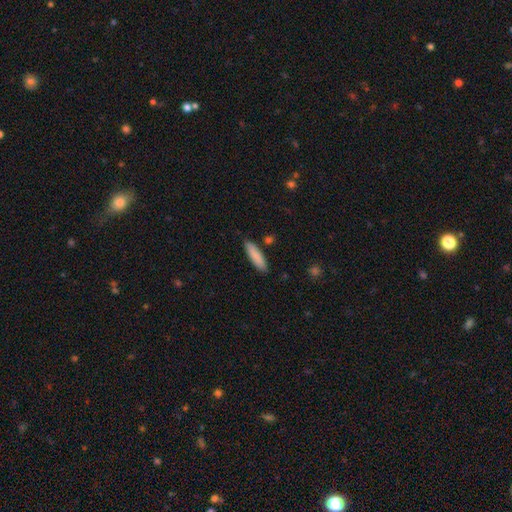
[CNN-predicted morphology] The model was most divided on "how rounded": cigar-shaped: 71%, in between: 28%, round: 1%. More confident: merging — none (86%); smooth or featured — smooth (86%).